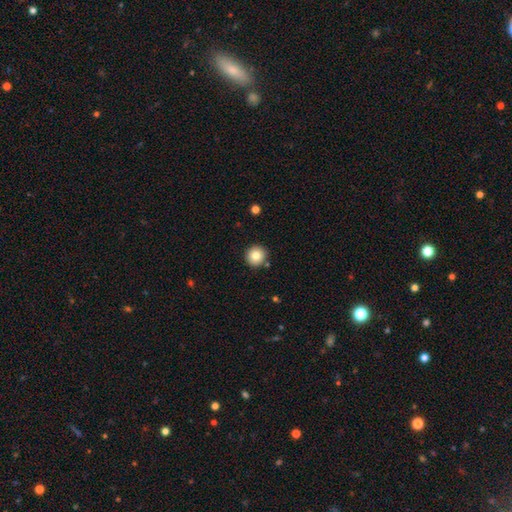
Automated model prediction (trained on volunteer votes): A smooth galaxy with no disk features (81%) that is round (95%). Merging: none (89%).